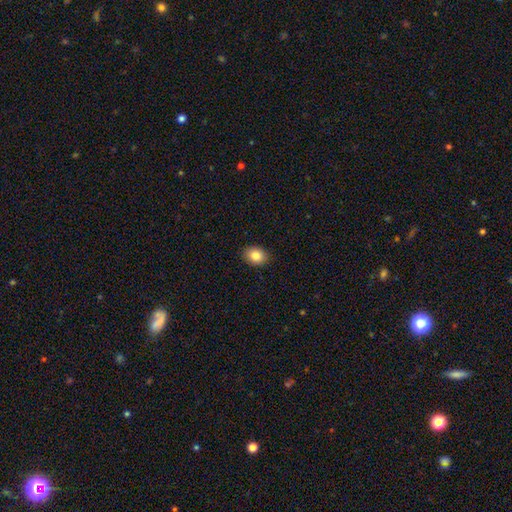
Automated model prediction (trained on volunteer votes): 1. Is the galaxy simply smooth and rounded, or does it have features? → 85% smooth, 8% star or artifact, 6% featured or disk.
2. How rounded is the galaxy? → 62% in between, 37% round, 1% cigar-shaped.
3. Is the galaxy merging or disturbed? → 89% none, 8% minor disturbance, 2% major disturbance, 1% merger.